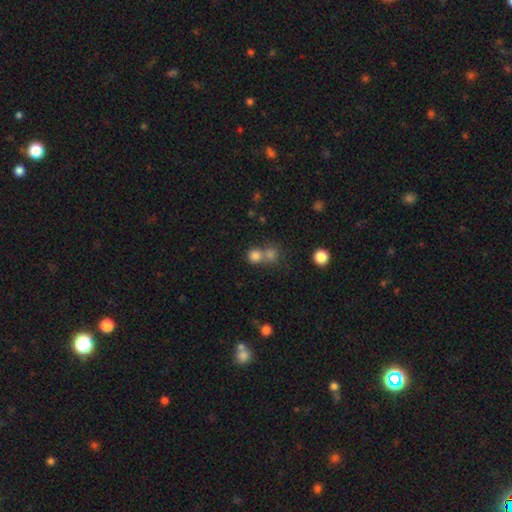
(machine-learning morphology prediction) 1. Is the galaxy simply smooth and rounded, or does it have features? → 79% smooth, 14% star or artifact, 8% featured or disk.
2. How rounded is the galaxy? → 85% round, 14% in between, 1% cigar-shaped.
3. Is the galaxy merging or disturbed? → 45% merger (tied), 45% none (tied), 6% minor disturbance, 3% major disturbance.